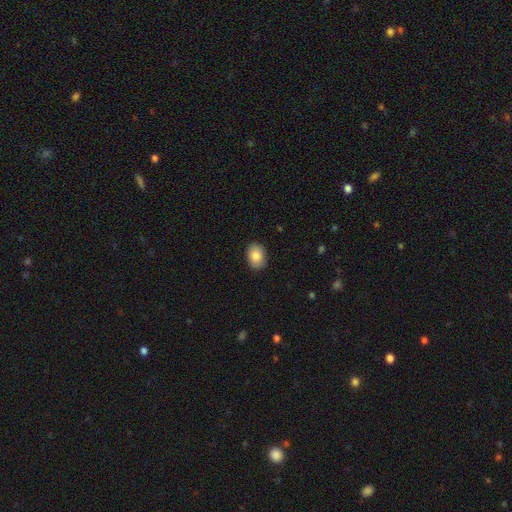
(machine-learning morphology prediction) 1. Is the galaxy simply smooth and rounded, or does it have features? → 86% smooth, 7% star or artifact, 7% featured or disk.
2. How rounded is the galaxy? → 80% in between, 19% round, 1% cigar-shaped.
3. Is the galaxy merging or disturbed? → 89% none, 8% minor disturbance, 2% major disturbance, 1% merger.